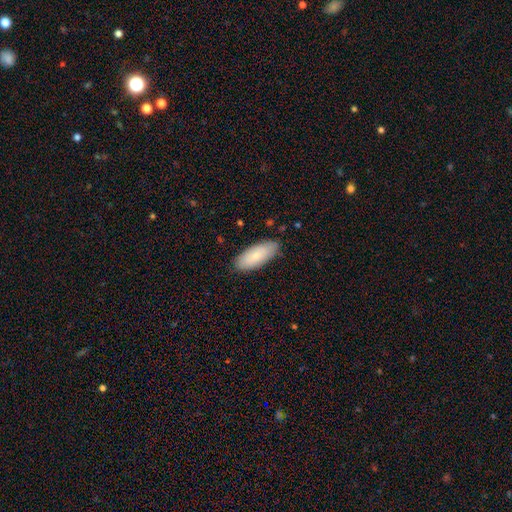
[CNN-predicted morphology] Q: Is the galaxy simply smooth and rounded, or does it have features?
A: smooth — 81%.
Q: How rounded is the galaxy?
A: in between — 85%.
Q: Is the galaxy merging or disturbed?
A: none — 84%.